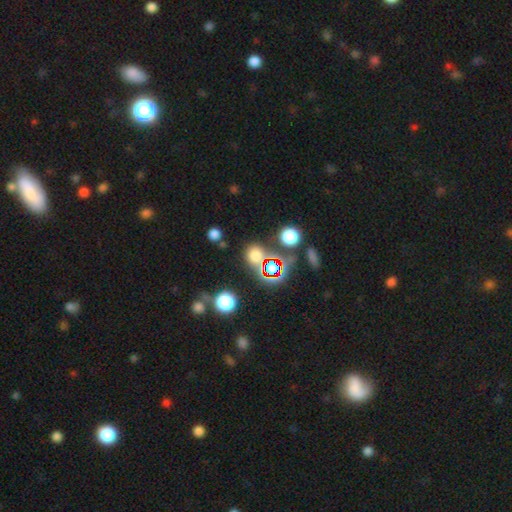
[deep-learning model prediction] smooth-or-featured: smooth: 56% | star or artifact: 36% | featured or disk: 8%
  how-rounded: round: 79% | in between: 20% | cigar-shaped: 2%
  merging: none: 72% | minor disturbance: 11% | merger: 11% | major disturbance: 6%